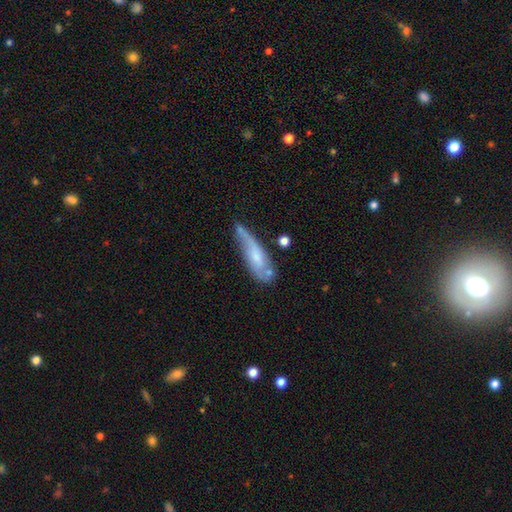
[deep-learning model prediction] smooth_or_featured: featured or disk (p=0.52) [alt: smooth p=0.41]
disk_edge_on: no (p=0.72) [alt: yes p=0.28]
merging: none (p=0.40) [alt: minor disturbance p=0.33]